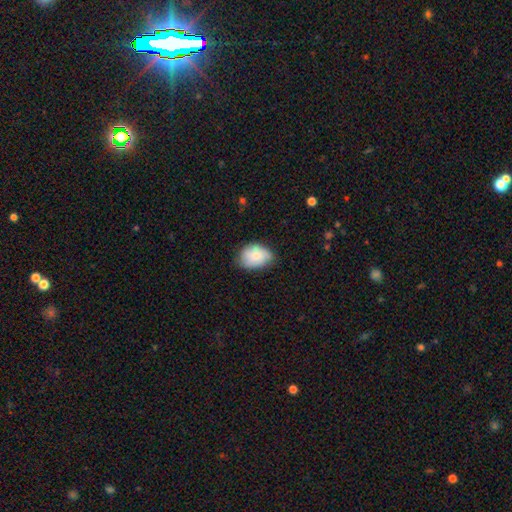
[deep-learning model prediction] The model was most divided on "merging": none: 70%, minor disturbance: 25%, major disturbance: 4%, merger: 1%. More confident: how rounded — in between (75%); smooth or featured — smooth (72%).